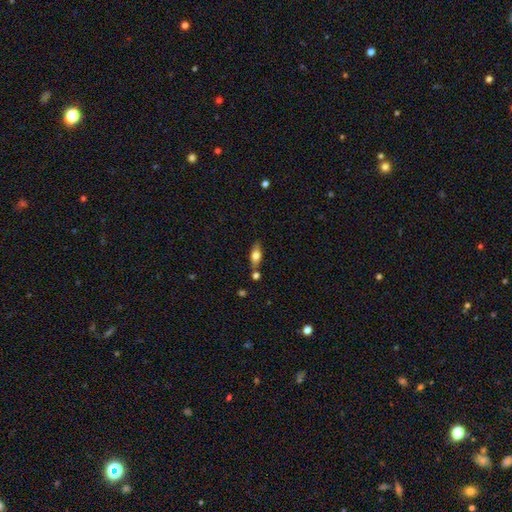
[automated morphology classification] Q: Smooth or featured?
A: smooth (70%); runner-up: featured or disk (23%)
Q: How rounded?
A: in between (73%); runner-up: cigar-shaped (23%)
Q: Merging?
A: none (70%); runner-up: minor disturbance (15%)